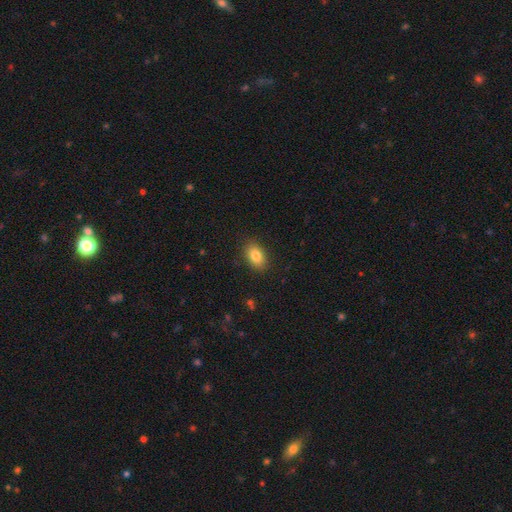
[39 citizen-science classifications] Smooth or featured?
  - smooth: 82% *
  - star or artifact: 13%
  - featured or disk: 5%
How rounded?
  - in between: 97% *
  - cigar-shaped: 3%
  - round: 0%
Merging?
  - none: 91% *
  - minor disturbance: 9%
  - major disturbance: 0%
  - merger: 0%